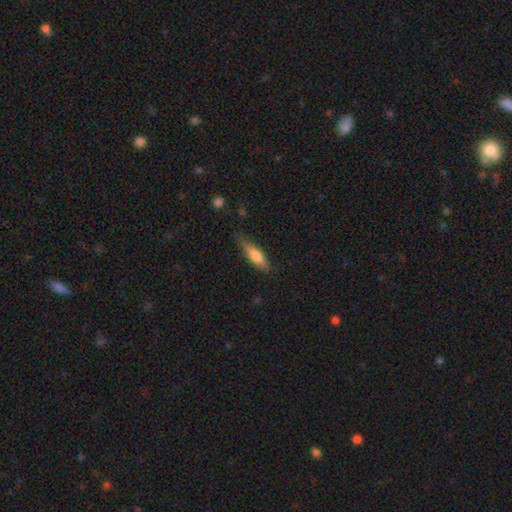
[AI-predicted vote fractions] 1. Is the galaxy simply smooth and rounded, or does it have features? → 74% smooth, 20% featured or disk, 6% star or artifact.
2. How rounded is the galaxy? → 55% cigar-shaped, 43% in between, 2% round.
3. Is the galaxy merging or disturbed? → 70% none, 23% minor disturbance, 5% major disturbance, 1% merger.